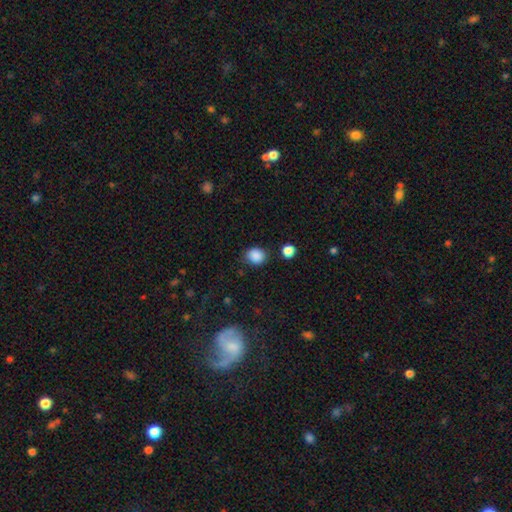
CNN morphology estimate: Smooth or featured? Predicted: smooth (p=0.87). How rounded? Predicted: round (p=0.68). Merging? Predicted: none (p=0.80).